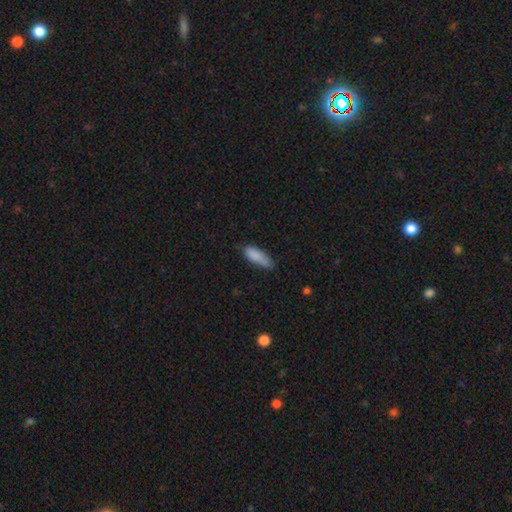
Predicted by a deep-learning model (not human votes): The model was most divided on "how rounded": in between: 60%, cigar-shaped: 38%, round: 2%. More confident: smooth or featured — smooth (85%); merging — none (59%).